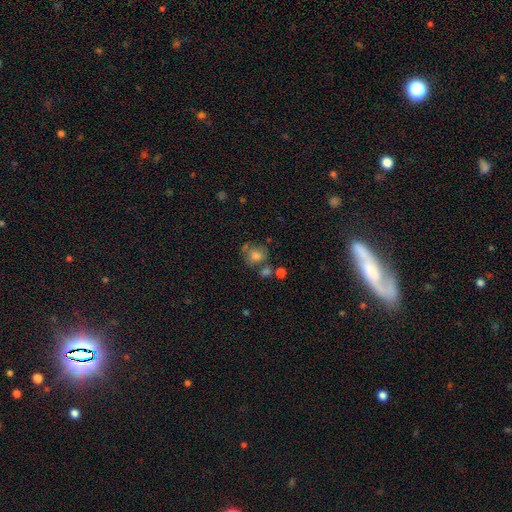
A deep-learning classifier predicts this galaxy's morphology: Smooth or featured? smooth (70%)
How rounded? round (70%)
Merging? none (51%)